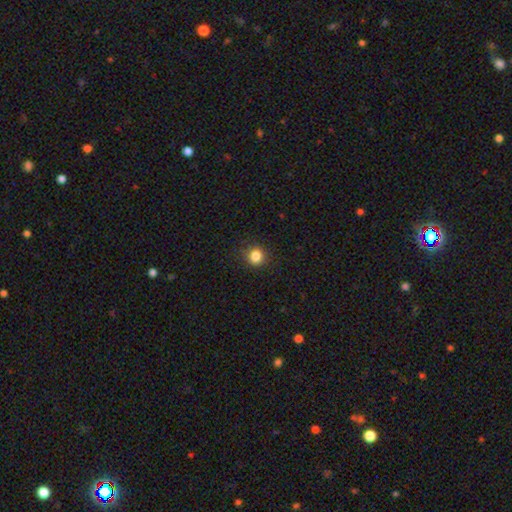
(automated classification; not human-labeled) This appears to be a smooth galaxy with no disk features (84%) that is round (90%). Merging: none (89%).